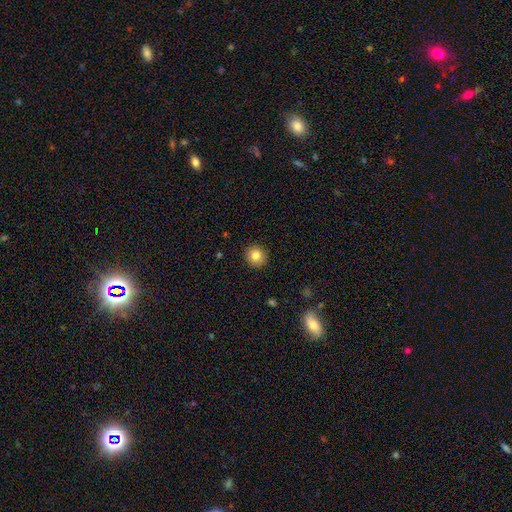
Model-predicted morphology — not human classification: smooth-or-featured: smooth: 82% | star or artifact: 10% | featured or disk: 8%
  how-rounded: round: 90% | in between: 10% | cigar-shaped: 1%
  merging: none: 91% | minor disturbance: 6% | major disturbance: 2% | merger: 1%